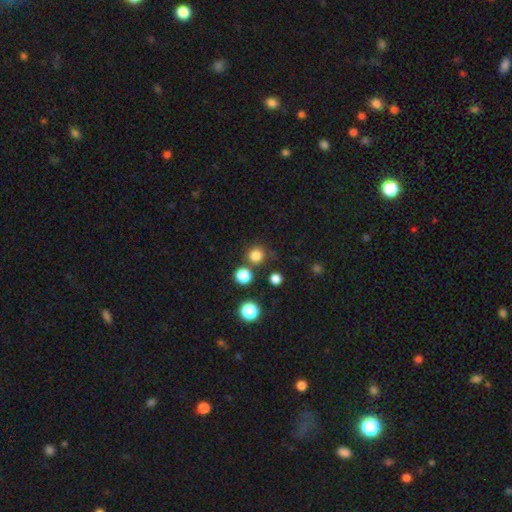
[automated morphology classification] smooth-or-featured: smooth: 80% | star or artifact: 16% | featured or disk: 4%
  how-rounded: round: 94% | in between: 5% | cigar-shaped: 1%
  merging: none: 80% | merger: 9% | minor disturbance: 8% | major disturbance: 3%